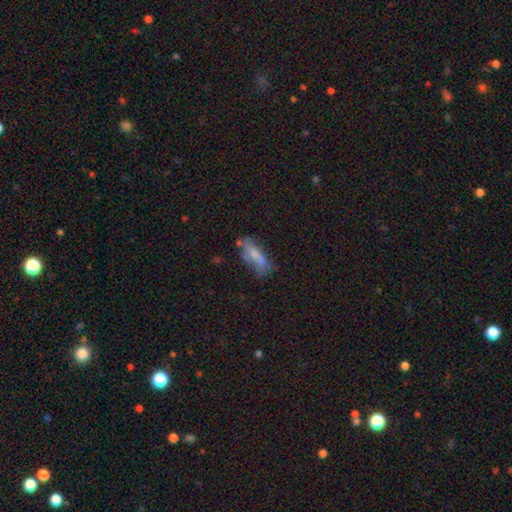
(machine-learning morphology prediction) A smooth galaxy with no disk features (56%) that is in between round and cigar-shaped (56%). Merging: none (44%).